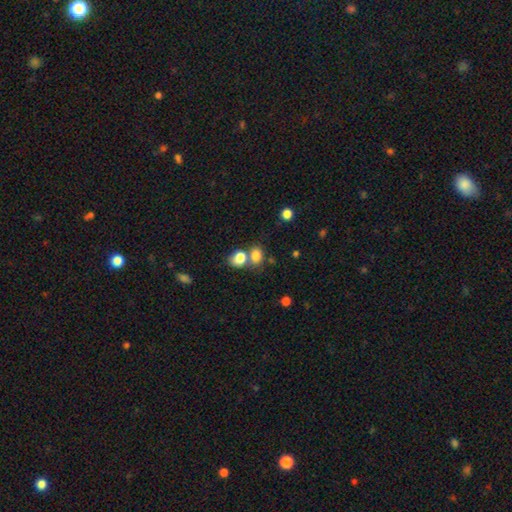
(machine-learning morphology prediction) smooth_or_featured: smooth (p=0.80) [alt: star or artifact p=0.11]
how_rounded: in between (p=0.62) [alt: round p=0.36]
merging: merger (p=0.45) [alt: none p=0.41]